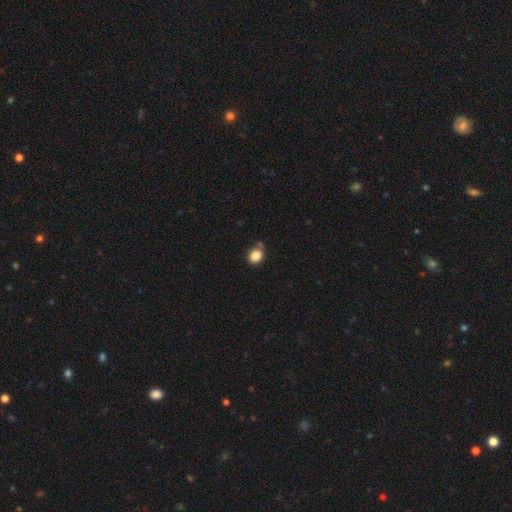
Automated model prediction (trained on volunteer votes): smooth_or_featured: smooth (p=0.86) [alt: star or artifact p=0.10]
how_rounded: round (p=0.70) [alt: in between p=0.29]
merging: none (p=0.64) [alt: minor disturbance p=0.22]